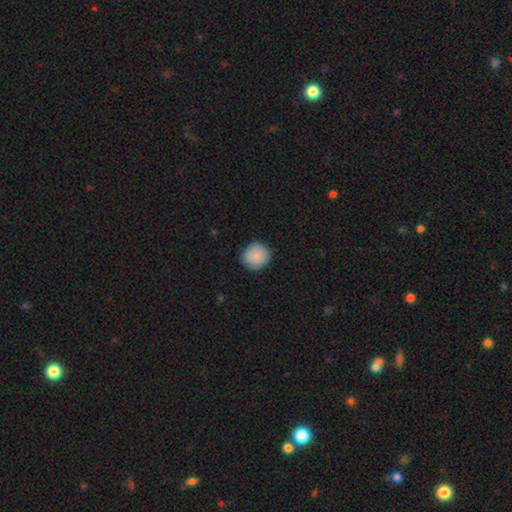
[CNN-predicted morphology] This is clearly a smooth galaxy (88%). How rounded: clearly round (88%). Merging: clearly none (88%).